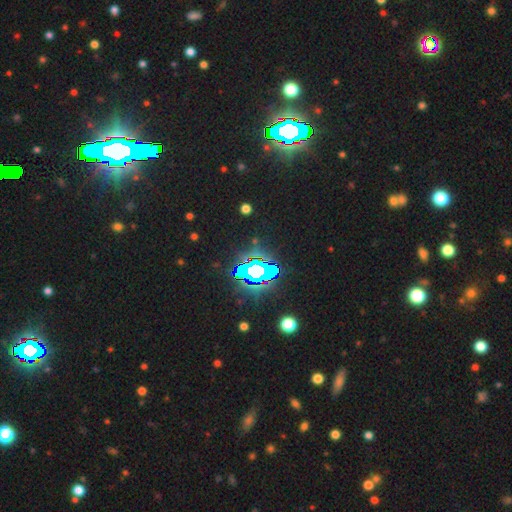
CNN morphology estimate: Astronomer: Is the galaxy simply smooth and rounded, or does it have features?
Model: star or artifact — 82%.